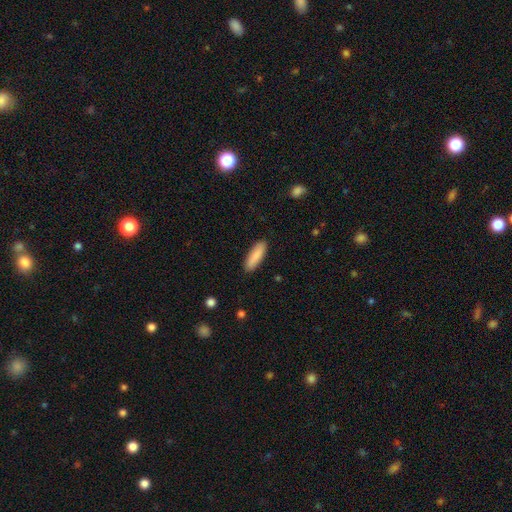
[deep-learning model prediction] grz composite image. It shows a smooth galaxy with no disk features (88%) that is cigar-shaped (54%). Merging: none (90%).